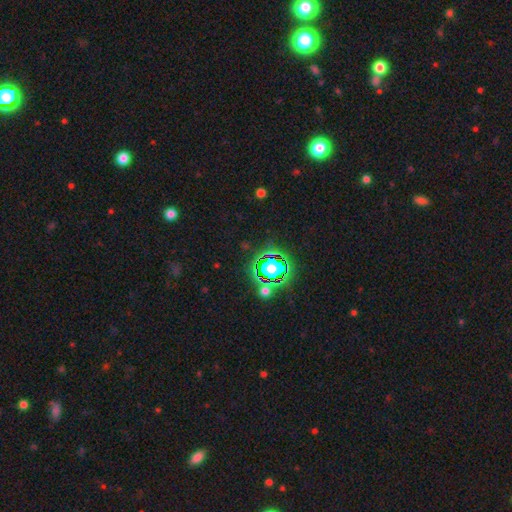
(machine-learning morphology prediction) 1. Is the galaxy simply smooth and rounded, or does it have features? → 76% star or artifact, 16% smooth, 8% featured or disk.